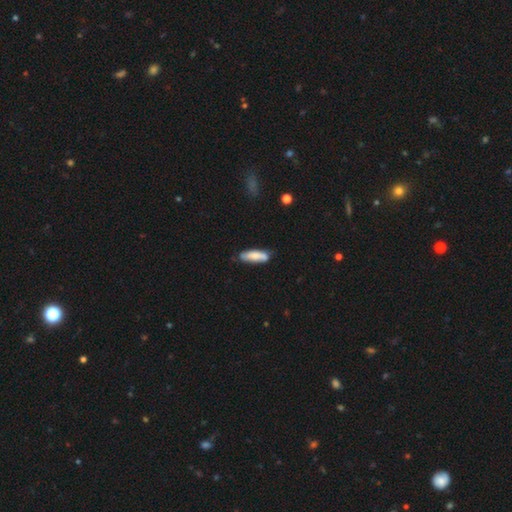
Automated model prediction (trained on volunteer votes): The model was most divided on "how rounded": cigar-shaped: 52%, in between: 47%, round: 2%. More confident: smooth or featured — smooth (73%); merging — none (67%).